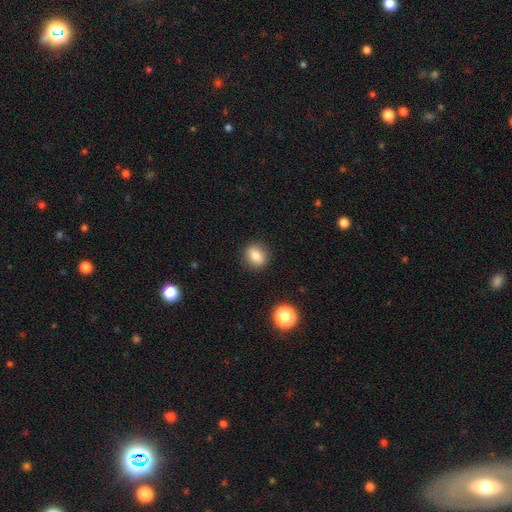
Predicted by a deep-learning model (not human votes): Smooth or featured? smooth (81%)
How rounded? round (61%)
Merging? none (89%)